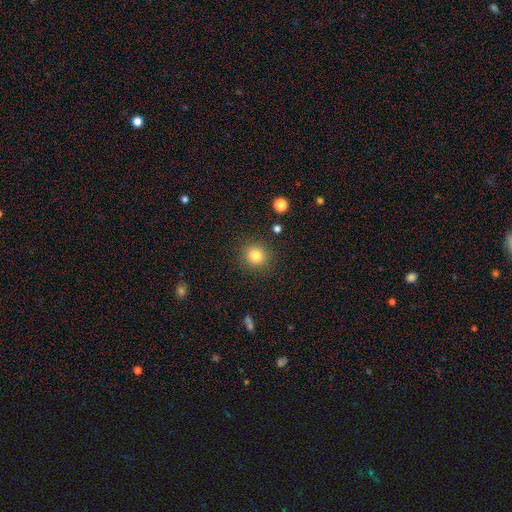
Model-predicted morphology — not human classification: Q: Smooth or featured?
A: smooth (82%); runner-up: star or artifact (12%)
Q: How rounded?
A: round (91%); runner-up: in between (8%)
Q: Merging?
A: none (89%); runner-up: minor disturbance (7%)